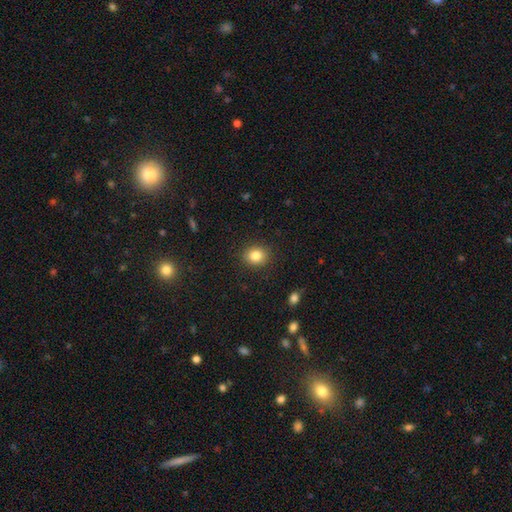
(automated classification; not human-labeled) A smooth galaxy with no disk features (84%) that is round (70%).

Vote fractions:
- Smooth or featured? smooth: 84% / star or artifact: 10% / featured or disk: 6%
- How rounded? round: 70% / in between: 29% / cigar-shaped: 1%
- Merging? none: 89% / minor disturbance: 8% / major disturbance: 2% / merger: 1%